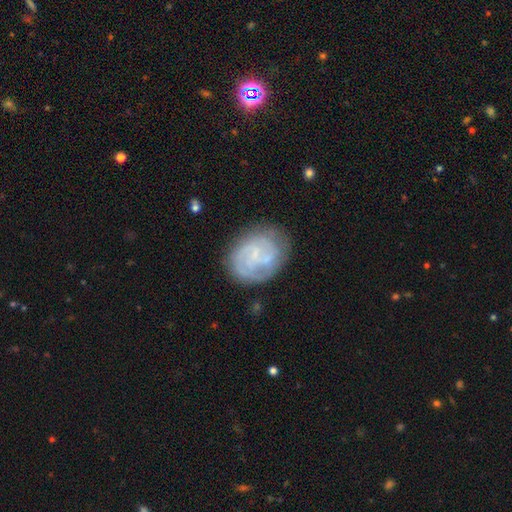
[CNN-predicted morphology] Smooth or featured?
  - featured or disk: 75% *
  - smooth: 18%
  - star or artifact: 7%
Edge-on disk?
  - no: 98% *
  - yes: 2%
Bar?
  - no: 50% *
  - weak: 41%
  - strong: 9%
Spiral arms?
  - yes: 90% *
  - no: 10%
Spiral winding?
  - tight: 53% *
  - medium: 36%
  - loose: 11%
Spiral arm count?
  - 2: 39% *
  - can't tell: 29%
  - 3: 19%
  - 4: 5%
  - 1: 5%
  - more than 4: 4%
Bulge size?
  - small: 61% *
  - none: 27%
  - moderate: 10%
  - large: 1%
  - dominant: 1%
Merging?
  - none: 73% *
  - minor disturbance: 17%
  - major disturbance: 8%
  - merger: 2%